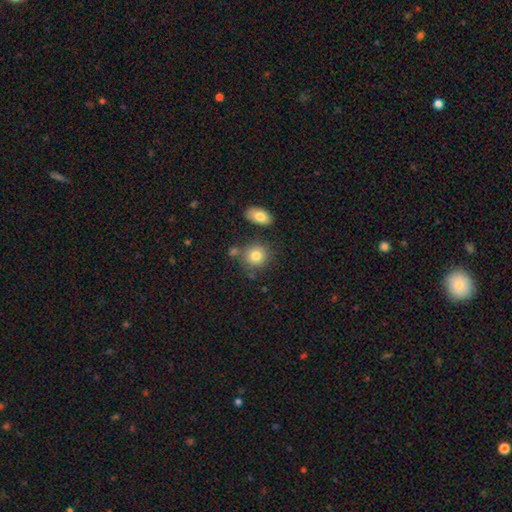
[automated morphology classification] type=smooth (82%); roundness=round (83%); merging=none (72%).